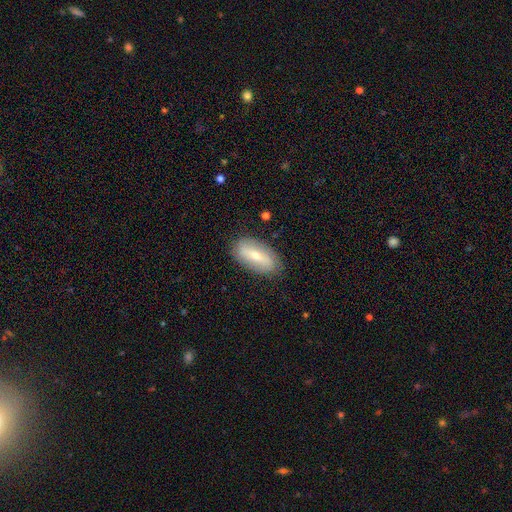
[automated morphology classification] This is possibly a featured or disk galaxy (48%). Merging: clearly none (84%).